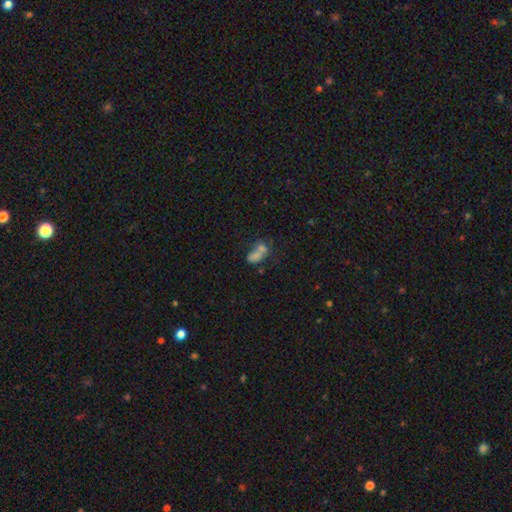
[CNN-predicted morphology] This appears to be a smooth galaxy with no disk features (66%) that is in between round and cigar-shaped (76%). Merging: merger (56%).